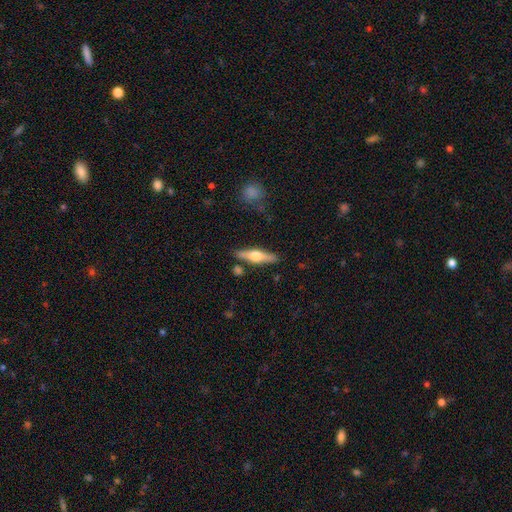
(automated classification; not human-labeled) smooth-or-featured: featured or disk: 58% | smooth: 37% | star or artifact: 5%
  disk-edge-on: yes: 95% | no: 5%
    edge-on-bulge: rounded: 94% | boxy: 4% | none: 2%
  merging: none: 84% | minor disturbance: 10% | merger: 4% | major disturbance: 2%